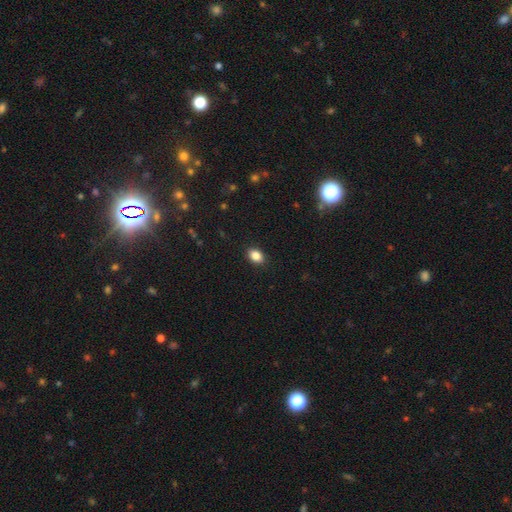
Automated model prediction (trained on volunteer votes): Overall: smooth (87%). How rounded: in between (73%). Merging: none (89%).